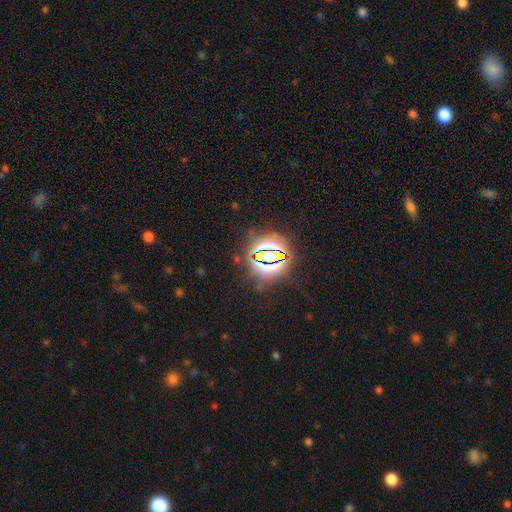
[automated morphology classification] Smooth or featured? Predicted: star or artifact (p=0.80).